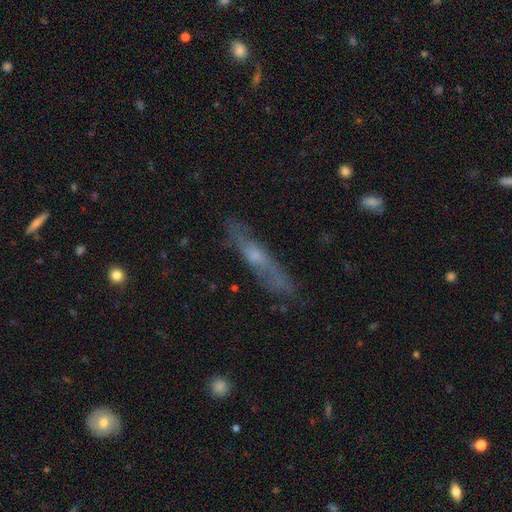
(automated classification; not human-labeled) Smooth or featured?
  - featured or disk: 56% *
  - smooth: 36%
  - star or artifact: 8%
Edge-on disk?
  - yes: 73% *
  - no: 27%
Merging?
  - none: 76% *
  - minor disturbance: 17%
  - major disturbance: 5%
  - merger: 2%